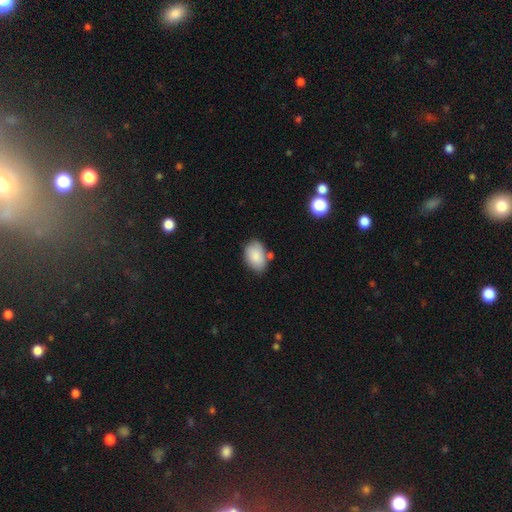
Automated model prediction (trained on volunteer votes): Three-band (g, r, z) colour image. It shows a smooth galaxy with no disk features (86%) that is in between round and cigar-shaped (85%). Merging: none (67%).